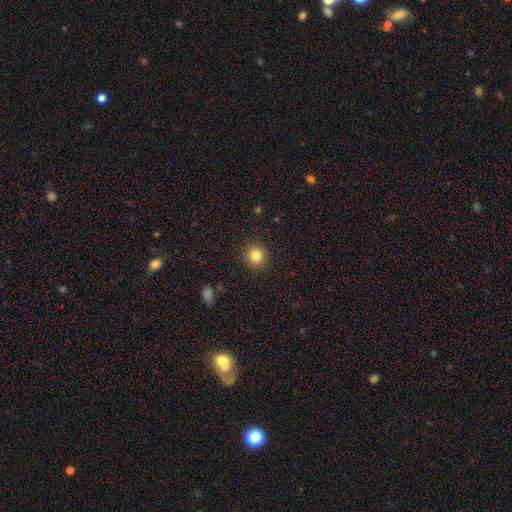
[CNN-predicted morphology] This is clearly a smooth galaxy (84%). How rounded: clearly round (91%). Merging: clearly none (91%).